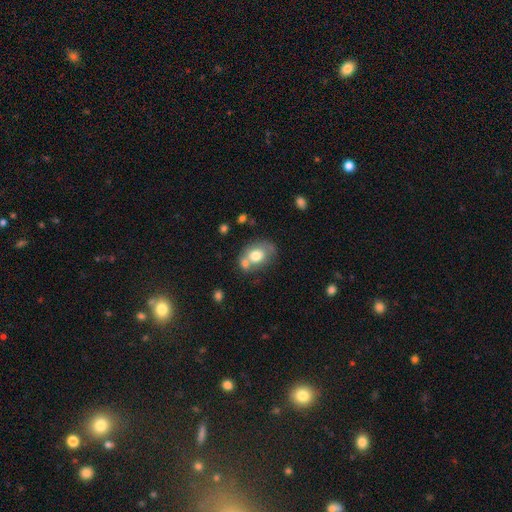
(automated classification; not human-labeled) Q: Smooth or featured?
A: smooth (69%); runner-up: featured or disk (23%)
Q: How rounded?
A: in between (63%); runner-up: round (36%)
Q: Merging?
A: none (41%); runner-up: merger (34%)